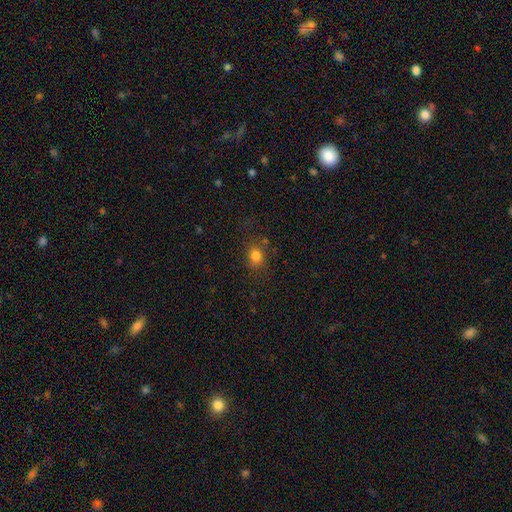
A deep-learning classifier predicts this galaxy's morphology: smooth 80%, star or artifact 13%, featured or disk 6%. Down the decision tree: how rounded — round (61%); merging — none (75%).